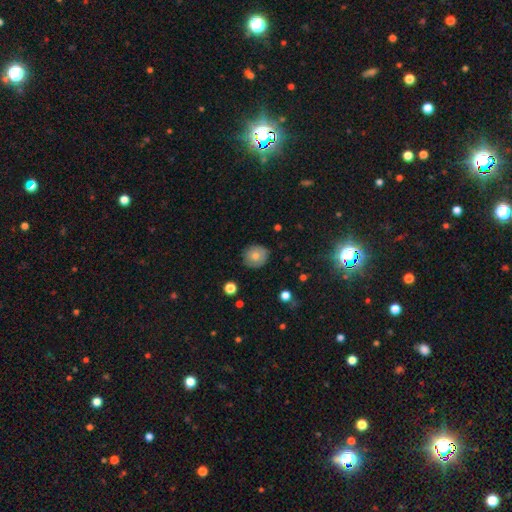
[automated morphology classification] type=smooth (75%); roundness=round (90%); merging=none (83%).